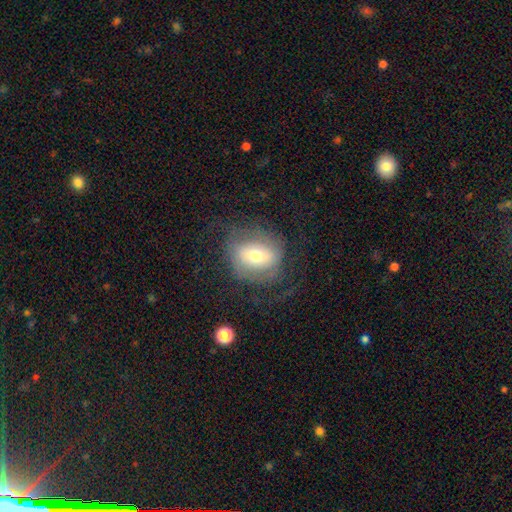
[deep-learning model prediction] Overall: featured or disk (49%; smooth 42%). Merging: none (55%; major disturbance 25%).